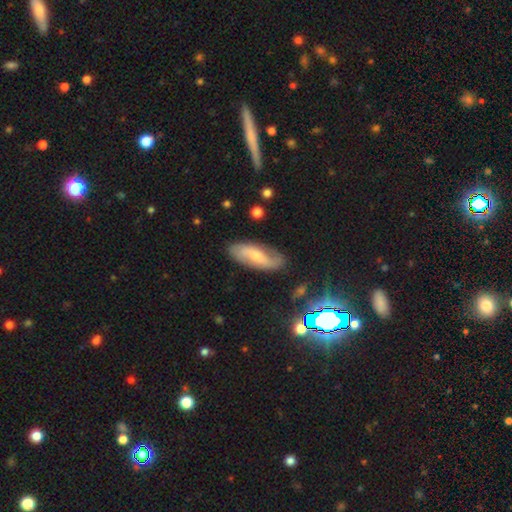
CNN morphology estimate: Smooth or featured?
  - featured or disk: 62% *
  - smooth: 30%
  - star or artifact: 8%
Edge-on disk?
  - no: 87% *
  - yes: 13%
Bar?
  - no: 42% *
  - weak: 40%
  - strong: 18%
Spiral arms?
  - yes: 86% *
  - no: 14%
Bulge size?
  - small: 55% *
  - moderate: 37%
  - none: 4%
  - large: 3%
  - dominant: 1%
Merging?
  - none: 76% *
  - minor disturbance: 17%
  - major disturbance: 5%
  - merger: 2%